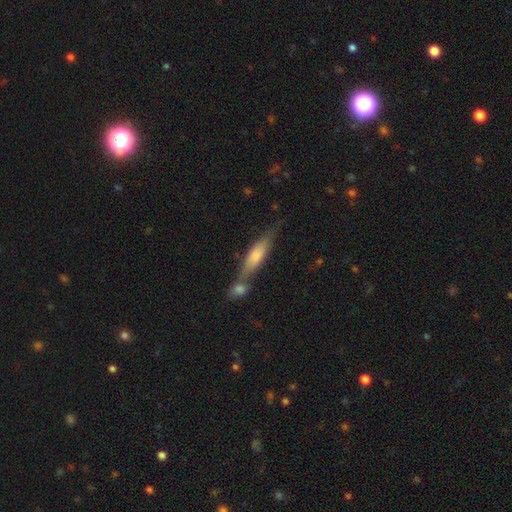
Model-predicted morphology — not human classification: A smooth galaxy with no disk features (64%) that is cigar-shaped (66%). Merging: none (42%).